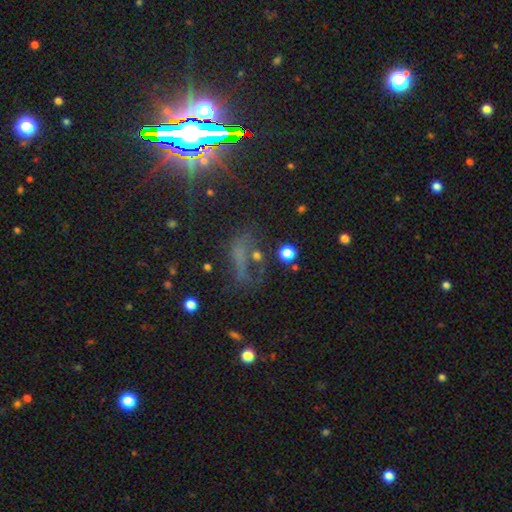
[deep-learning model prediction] smooth-or-featured: star or artifact: 40% | smooth: 37% | featured or disk: 22%